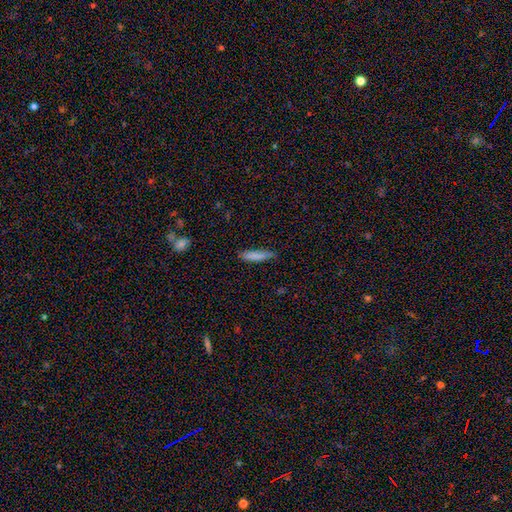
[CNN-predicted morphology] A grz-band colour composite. It shows a smooth galaxy with no disk features (83%) that is cigar-shaped (79%). Merging: none (75%).